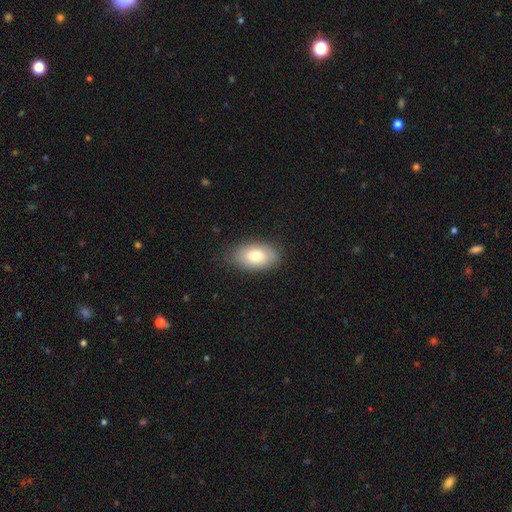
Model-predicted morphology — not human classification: A smooth galaxy with no disk features (77%) that is in between round and cigar-shaped (92%). Merging: none (81%).